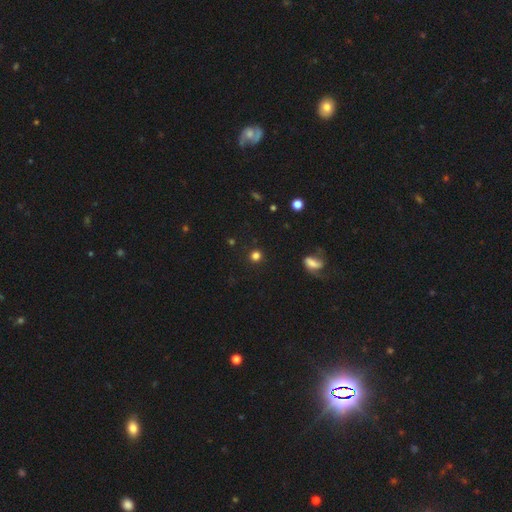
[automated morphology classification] This is likely a smooth galaxy (79%). How rounded: clearly round (92%). Merging: clearly none (90%).